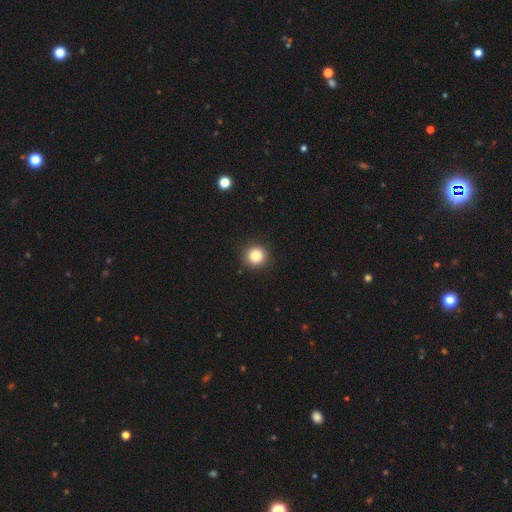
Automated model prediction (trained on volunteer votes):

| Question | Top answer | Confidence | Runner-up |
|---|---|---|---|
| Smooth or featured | smooth | 86% | star or artifact (11%) |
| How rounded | round | 94% | in between (5%) |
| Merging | none | 91% | minor disturbance (6%) |